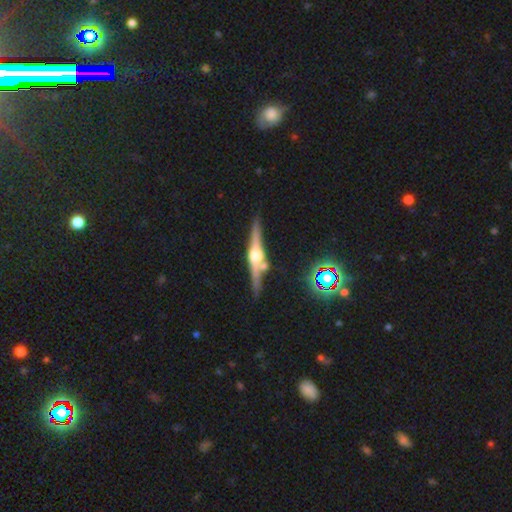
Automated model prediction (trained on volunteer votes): This is clearly a featured or disk galaxy (84%). It is clearly viewed edge-on (98%). Edge-on bulge: clearly rounded (90%). Merging: clearly none (82%).